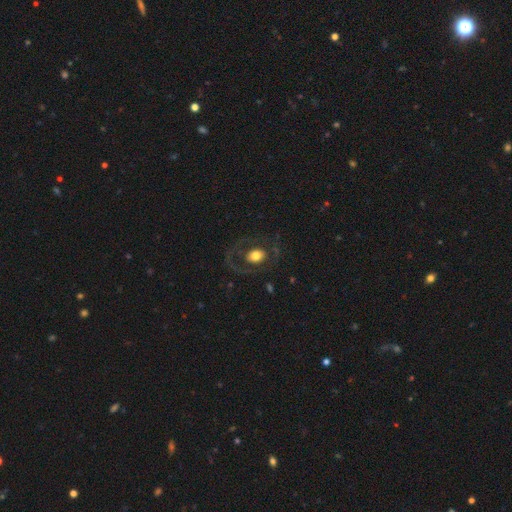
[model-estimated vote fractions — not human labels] This is possibly a smooth galaxy (48%). Merging: likely none (69%).